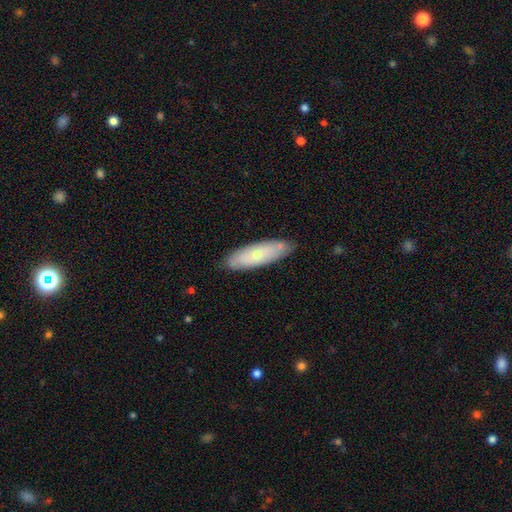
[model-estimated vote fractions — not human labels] Q: Smooth or featured?
A: smooth (58%); runner-up: featured or disk (35%)
Q: How rounded?
A: in between (51%); runner-up: cigar-shaped (47%)
Q: Merging?
A: none (82%); runner-up: minor disturbance (14%)